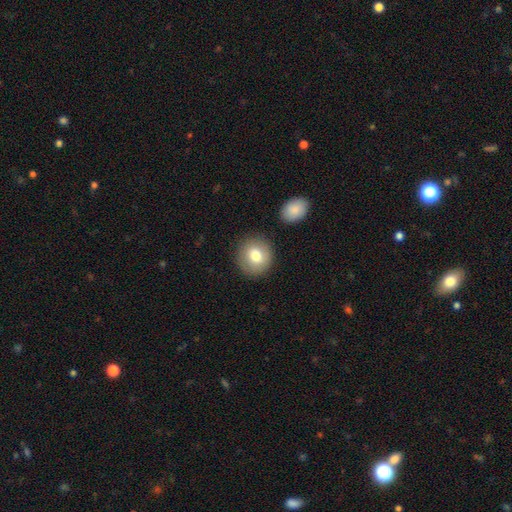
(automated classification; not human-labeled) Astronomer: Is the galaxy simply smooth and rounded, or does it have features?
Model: smooth — 77%.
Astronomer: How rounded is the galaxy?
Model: round — 84%.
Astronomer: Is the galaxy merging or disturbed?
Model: none — 85%.